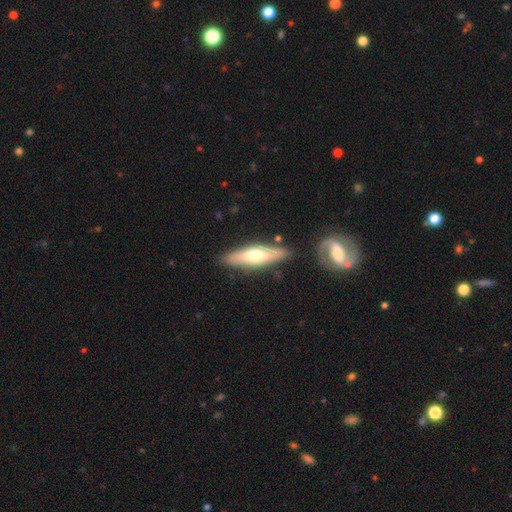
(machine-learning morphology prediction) The model was most divided on "smooth or featured": featured or disk: 53%, smooth: 41%, star or artifact: 6%. More confident: merging — none (79%); edge-on disk — yes (78%).